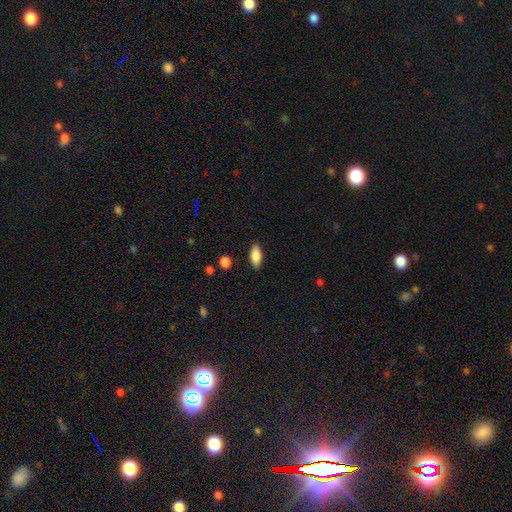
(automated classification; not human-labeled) A smooth galaxy with no disk features (84%) that is in between round and cigar-shaped (84%).

Vote fractions:
- Smooth or featured? smooth: 84% / featured or disk: 9% / star or artifact: 7%
- How rounded? in between: 84% / cigar-shaped: 13% / round: 3%
- Merging? none: 87% / minor disturbance: 10% / major disturbance: 2% / merger: 1%